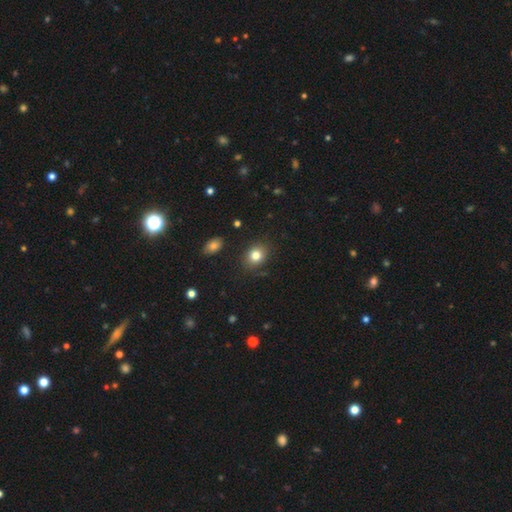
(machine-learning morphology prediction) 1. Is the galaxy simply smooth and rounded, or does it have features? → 82% smooth, 11% star or artifact, 8% featured or disk.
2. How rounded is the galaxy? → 54% round, 45% in between, 1% cigar-shaped.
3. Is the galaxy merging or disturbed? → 83% none, 11% minor disturbance, 3% major disturbance, 2% merger.